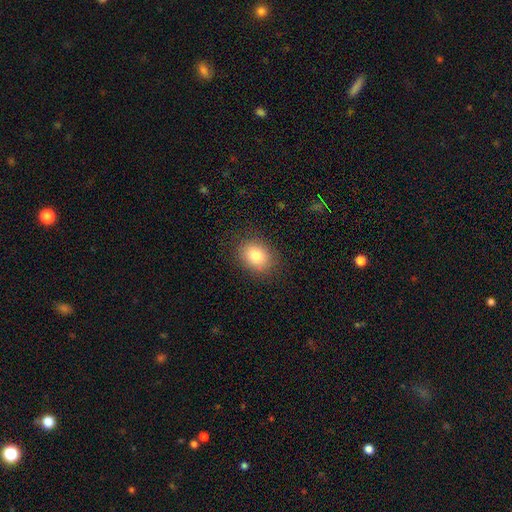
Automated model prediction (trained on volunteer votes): Smooth or featured? Predicted: smooth (p=0.81). How rounded? Predicted: in between (p=0.58). Merging? Predicted: none (p=0.86).